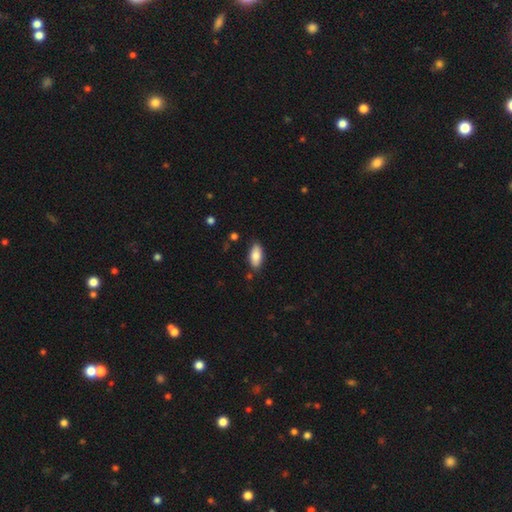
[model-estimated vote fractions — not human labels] smooth-or-featured: smooth: 81% | featured or disk: 13% | star or artifact: 6%
  how-rounded: in between: 89% | cigar-shaped: 9% | round: 2%
  merging: none: 83% | minor disturbance: 13% | merger: 2% | major disturbance: 2%